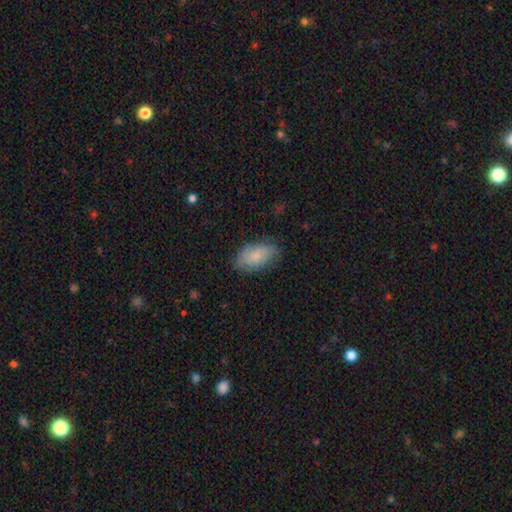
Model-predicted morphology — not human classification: Q: Smooth or featured?
A: smooth (77%); runner-up: featured or disk (16%)
Q: How rounded?
A: in between (93%); runner-up: round (4%)
Q: Merging?
A: none (70%); runner-up: minor disturbance (23%)